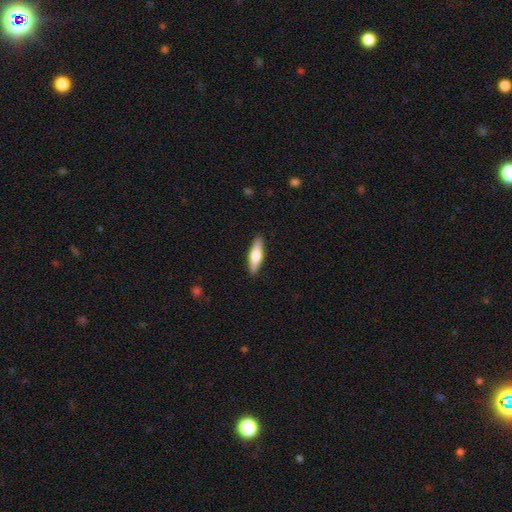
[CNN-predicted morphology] This appears to be a smooth galaxy with no disk features (58%) that is cigar-shaped (65%). Merging: none (90%).